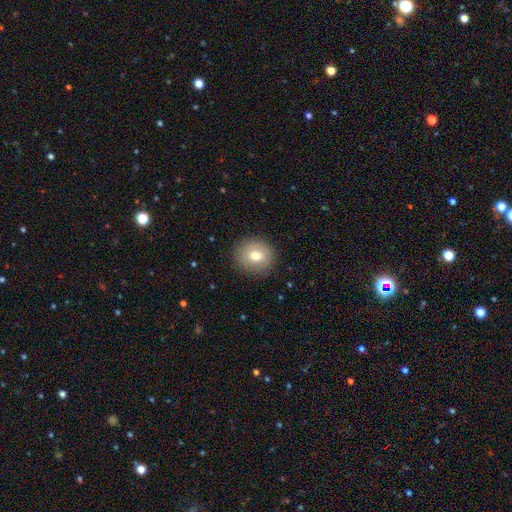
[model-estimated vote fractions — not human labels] Smooth or featured? smooth (75%)
How rounded? round (84%)
Merging? none (88%)